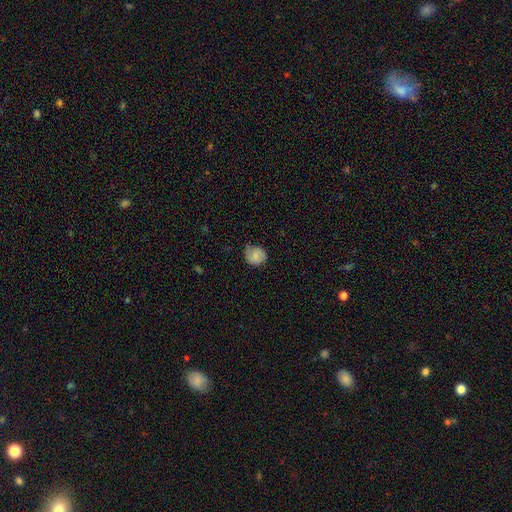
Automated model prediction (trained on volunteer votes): This appears to be a smooth galaxy with no disk features (76%) that is round (82%). Merging: none (62%).